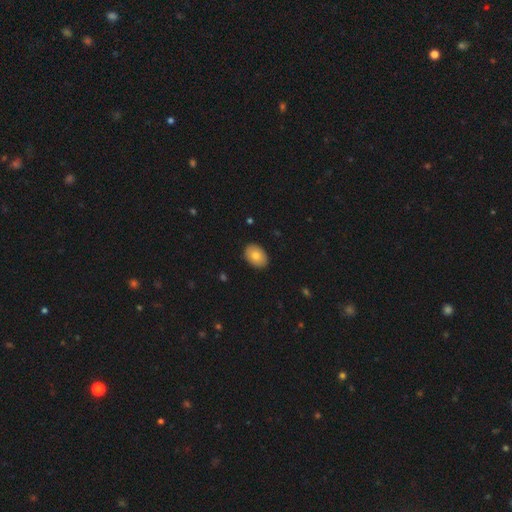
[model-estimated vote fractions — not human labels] This appears to be a smooth galaxy with no disk features (80%) that is in between round and cigar-shaped (82%). Merging: none (89%).